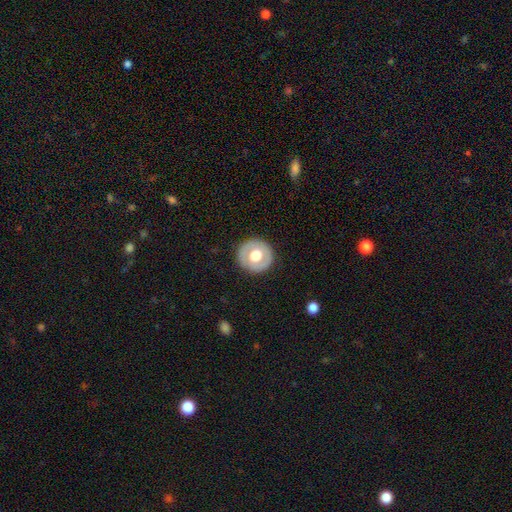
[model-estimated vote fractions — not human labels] Q: Smooth or featured?
A: smooth (57%); runner-up: featured or disk (37%)
Q: How rounded?
A: round (94%); runner-up: in between (5%)
Q: Merging?
A: none (89%); runner-up: minor disturbance (7%)